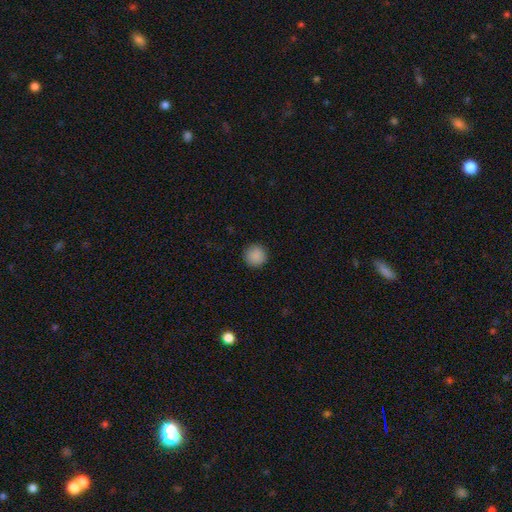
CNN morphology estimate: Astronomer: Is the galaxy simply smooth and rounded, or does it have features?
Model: smooth — 89%.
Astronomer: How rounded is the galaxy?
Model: round — 95%.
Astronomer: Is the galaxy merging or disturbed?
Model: none — 92%.